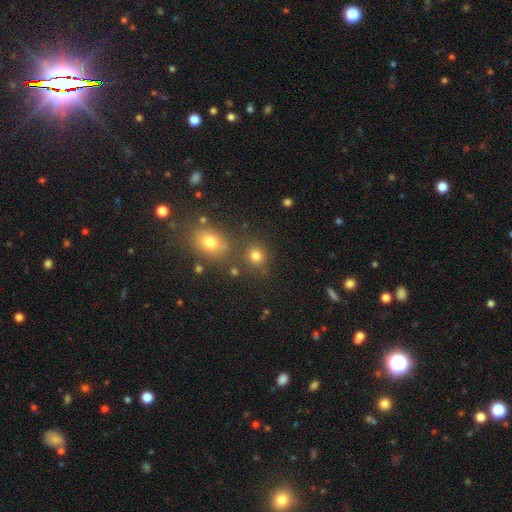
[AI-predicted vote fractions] This appears to be a smooth galaxy with no disk features (78%) that is round (80%). Merging: none (76%).